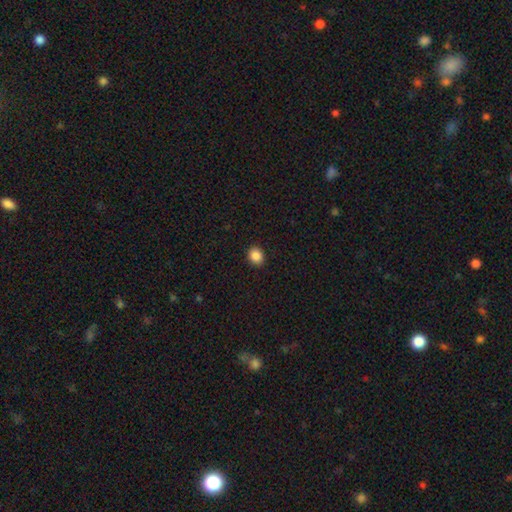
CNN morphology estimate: smooth_or_featured: smooth (p=0.87) [alt: star or artifact p=0.10]
how_rounded: round (p=0.66) [alt: in between p=0.33]
merging: none (p=0.91) [alt: minor disturbance p=0.06]